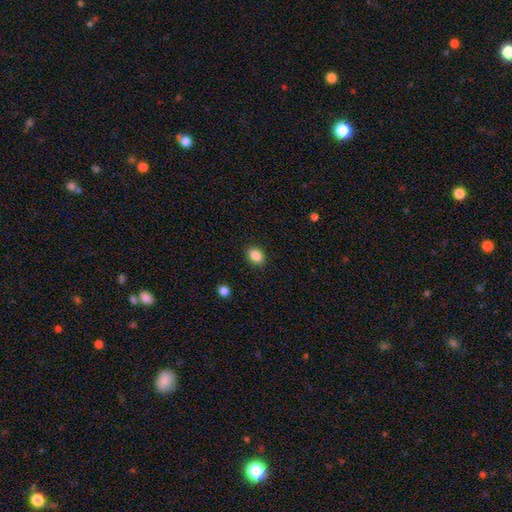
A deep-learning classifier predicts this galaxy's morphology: smooth_or_featured: smooth (p=0.86) [alt: star or artifact p=0.09]
how_rounded: in between (p=0.66) [alt: round p=0.32]
merging: none (p=0.88) [alt: minor disturbance p=0.09]